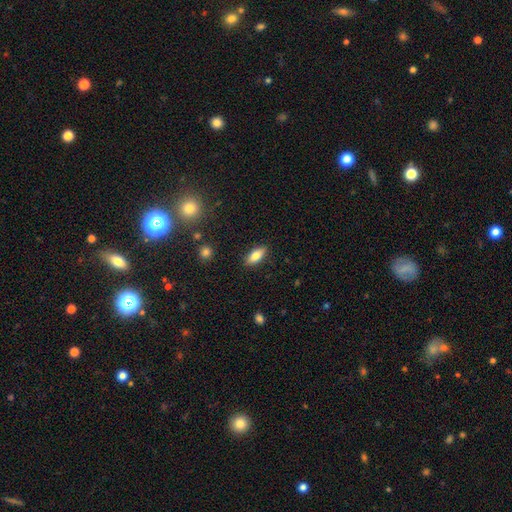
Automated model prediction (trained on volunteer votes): This is likely a smooth galaxy (75%). How rounded: likely in between (77%). Merging: clearly none (88%).